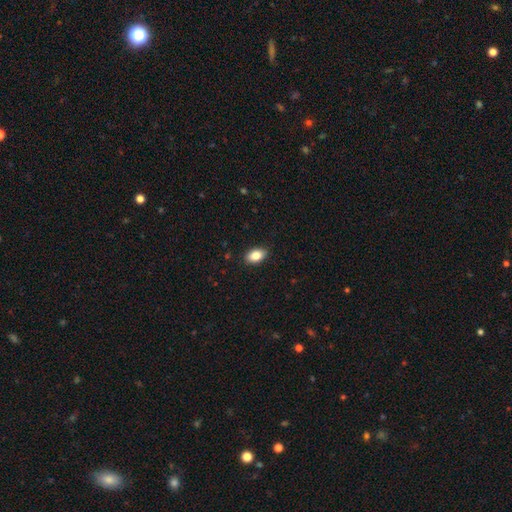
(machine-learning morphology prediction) Smooth or featured? smooth (85%)
How rounded? in between (91%)
Merging? none (89%)